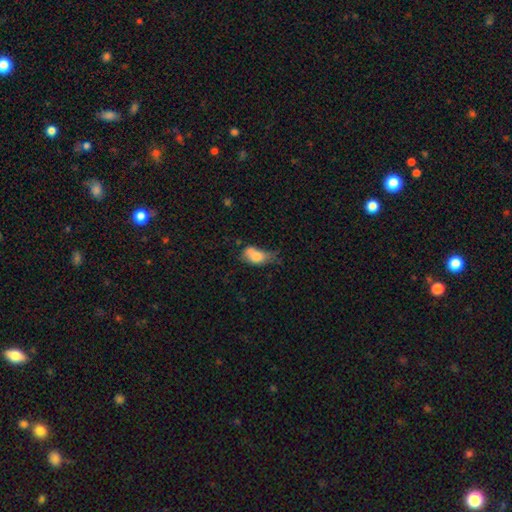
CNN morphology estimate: type=smooth (70%); roundness=in between (82%); merging=merger (33%).